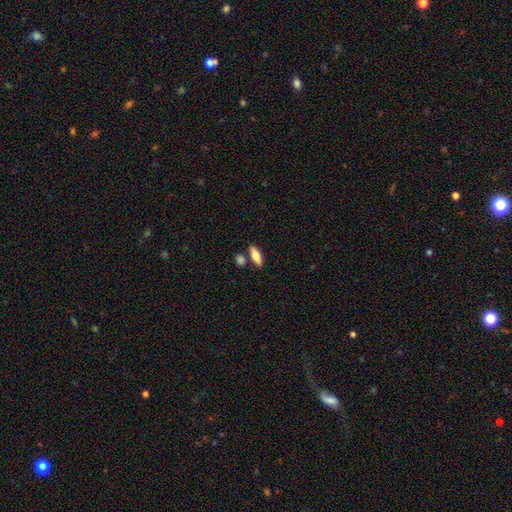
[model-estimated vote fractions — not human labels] Smooth or featured? Predicted: smooth (p=0.66). How rounded? Predicted: in between (p=0.65). Merging? Predicted: none (p=0.77).